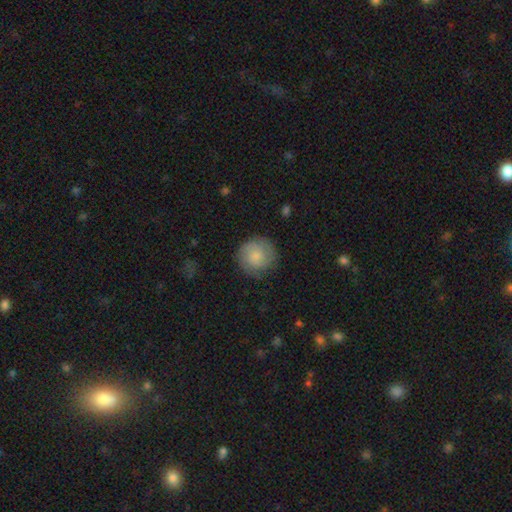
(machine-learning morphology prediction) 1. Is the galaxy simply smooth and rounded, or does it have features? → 68% smooth, 25% featured or disk, 7% star or artifact.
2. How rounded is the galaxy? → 93% round, 6% in between, 1% cigar-shaped.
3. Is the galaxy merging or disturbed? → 80% none, 14% minor disturbance, 4% major disturbance, 1% merger.